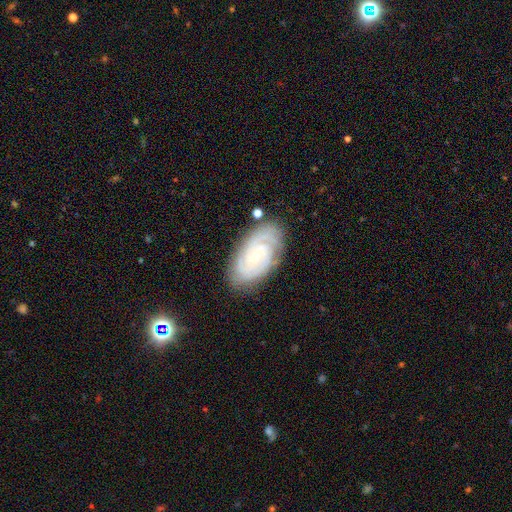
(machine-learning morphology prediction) This is clearly a featured or disk galaxy (85%). It is clearly not viewed edge-on (96%). Bar: likely no (68%). Spiral arm pattern: clearly yes (97%). Spiral arm count: marginally 2 (37%). Spiral winding: likely tight (76%). Central bulge: likely small (74%). Merging: clearly none (81%).